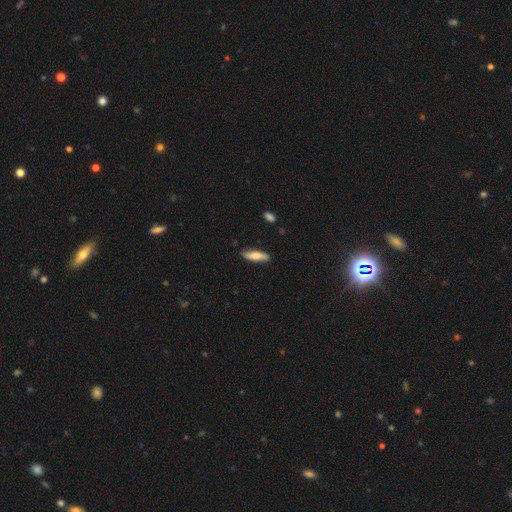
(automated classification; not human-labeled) smooth-or-featured: smooth: 72% | featured or disk: 22% | star or artifact: 6%
  how-rounded: cigar-shaped: 61% | in between: 37% | round: 2%
  merging: none: 83% | minor disturbance: 13% | major disturbance: 2% | merger: 1%